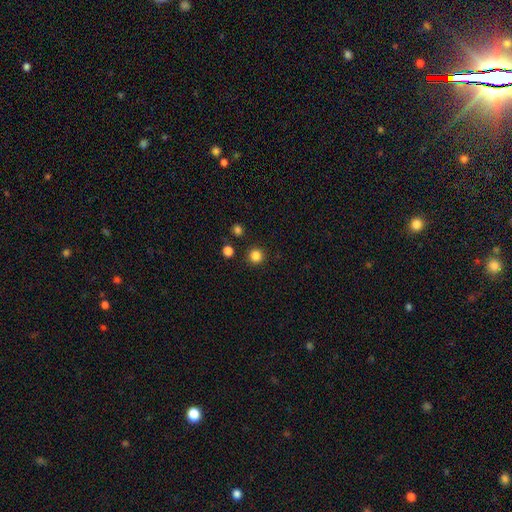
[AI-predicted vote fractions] Smooth or featured? smooth (84%)
How rounded? round (95%)
Merging? none (90%)